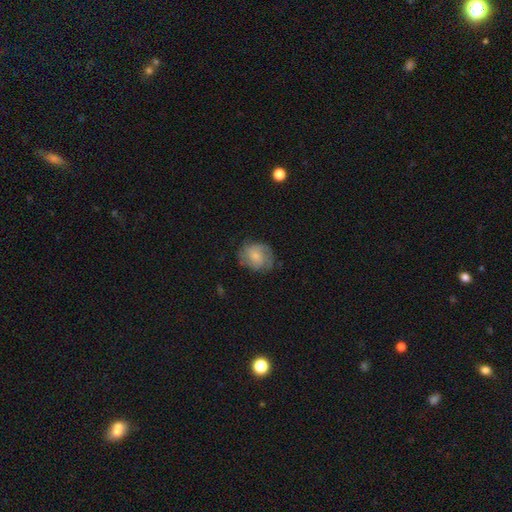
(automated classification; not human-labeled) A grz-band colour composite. It shows a smooth galaxy with no disk features (53%) that is round (66%). Merging: none (67%).